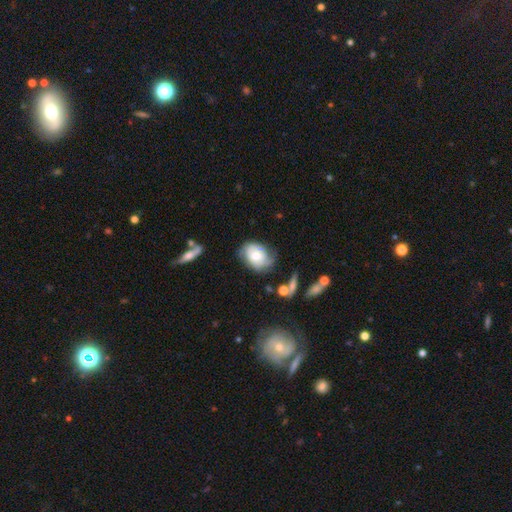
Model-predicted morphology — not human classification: The model was most divided on "smooth or featured": featured or disk: 48%, smooth: 44%, star or artifact: 8%. More confident: merging — none (56%).